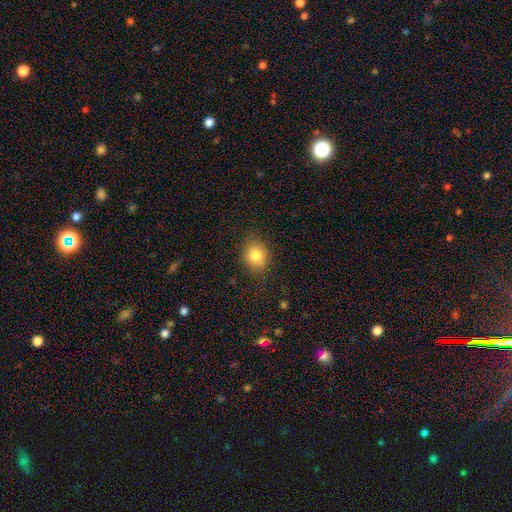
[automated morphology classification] smooth 81%, star or artifact 10%, featured or disk 9%. Down the decision tree: how rounded — round (60%); merging — none (81%).